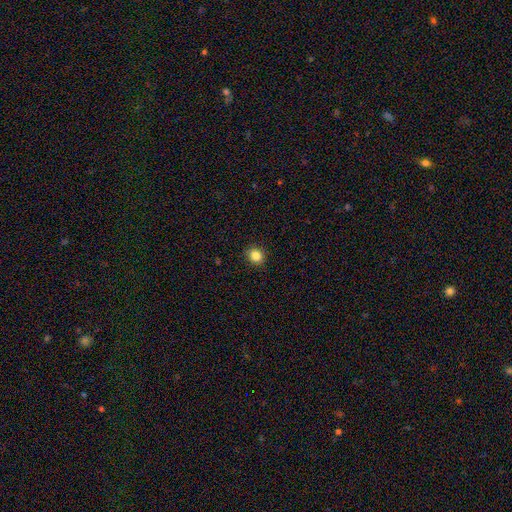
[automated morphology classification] Smooth or featured?
  - smooth: 84% *
  - star or artifact: 11%
  - featured or disk: 5%
How rounded?
  - round: 80% *
  - in between: 19%
  - cigar-shaped: 1%
Merging?
  - none: 90% *
  - minor disturbance: 7%
  - major disturbance: 2%
  - merger: 1%